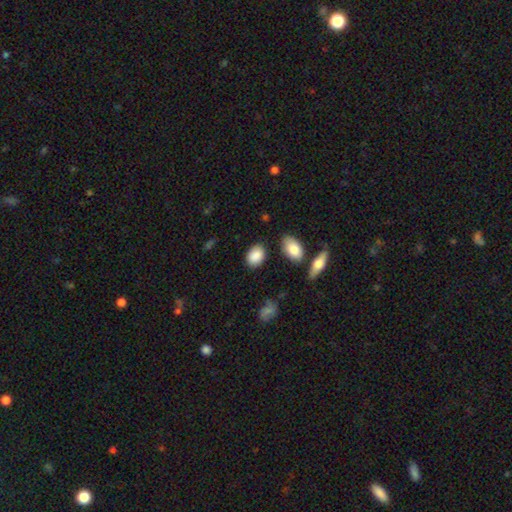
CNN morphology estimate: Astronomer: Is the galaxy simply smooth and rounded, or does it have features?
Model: smooth — 88%.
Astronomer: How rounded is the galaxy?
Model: in between — 83%.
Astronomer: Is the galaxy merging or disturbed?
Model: none — 81%.